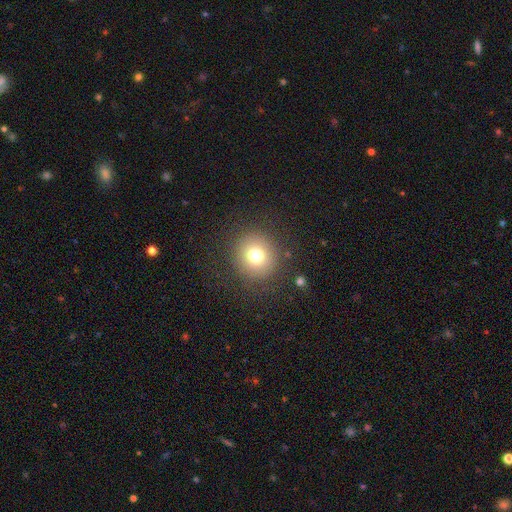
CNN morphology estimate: This is likely a smooth galaxy (75%). How rounded: clearly round (92%). Merging: clearly none (87%).